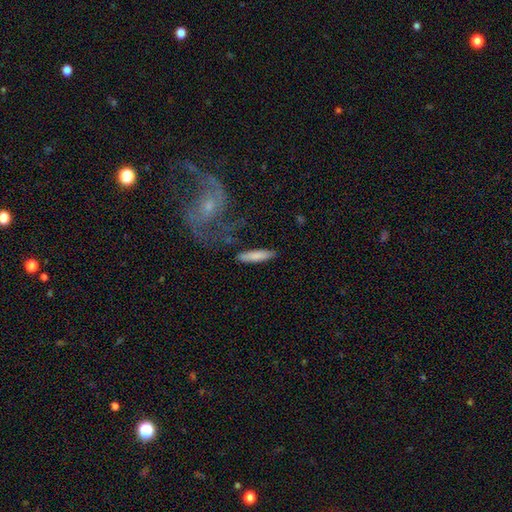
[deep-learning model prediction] A smooth galaxy with no disk features (81%) that is cigar-shaped (77%). Merging: none (82%).